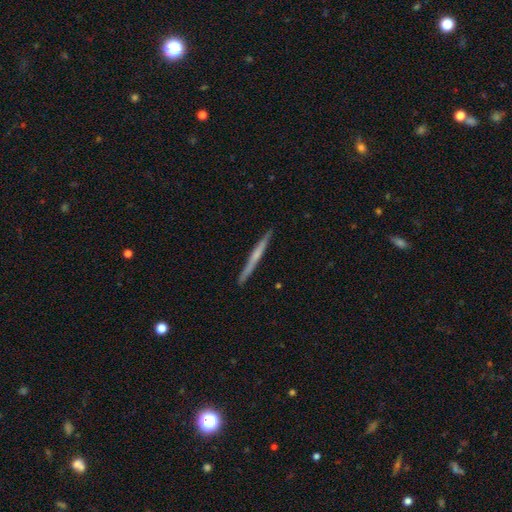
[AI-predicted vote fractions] featured or disk 55%, smooth 39%, star or artifact 5%. Down the decision tree: edge-on disk — yes (98%); edge-on bulge — none (65%); merging — none (92%).